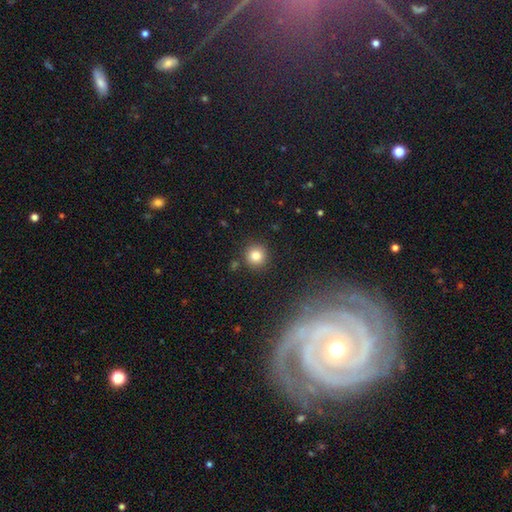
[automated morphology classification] This appears to be a smooth galaxy with no disk features (83%) that is round (93%). Merging: none (87%).